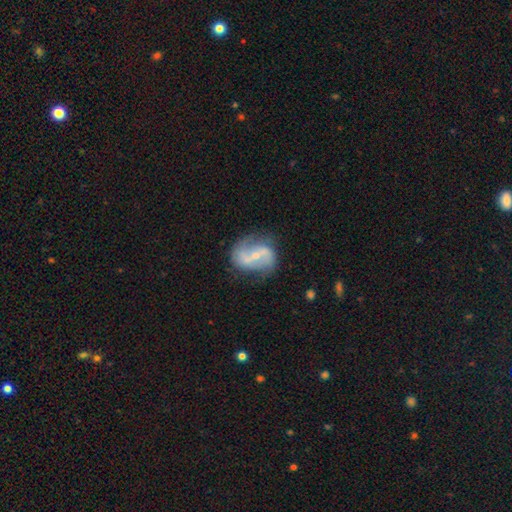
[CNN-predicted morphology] Smooth or featured?
  - featured or disk: 82% *
  - smooth: 12%
  - star or artifact: 6%
Edge-on disk?
  - no: 97% *
  - yes: 3%
Bar?
  - weak: 41% *
  - strong: 34%
  - no: 26%
Spiral arms?
  - yes: 91% *
  - no: 9%
Spiral winding?
  - loose: 45% *
  - medium: 41%
  - tight: 14%
Spiral arm count?
  - 2: 88% *
  - can't tell: 5%
  - 1: 3%
  - 3: 2%
  - 4: 1%
  - more than 4: 1%
Bulge size?
  - small: 62% *
  - moderate: 34%
  - none: 3%
  - large: 1%
  - dominant: 1%
Merging?
  - none: 66% *
  - minor disturbance: 20%
  - major disturbance: 9%
  - merger: 5%